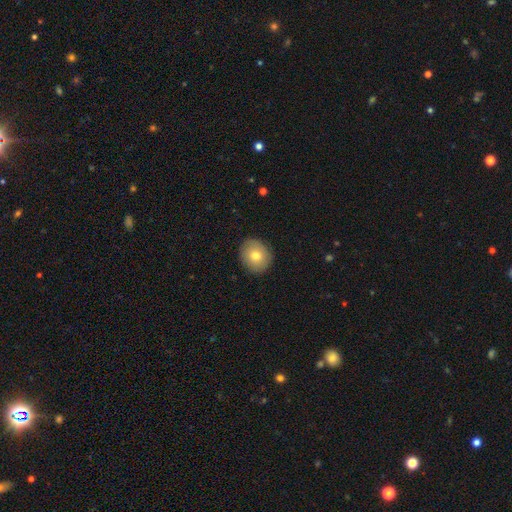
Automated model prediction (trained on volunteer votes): smooth-or-featured: smooth: 75% | featured or disk: 17% | star or artifact: 8%
  how-rounded: round: 77% | in between: 22% | cigar-shaped: 1%
  merging: none: 87% | minor disturbance: 9% | major disturbance: 2% | merger: 1%